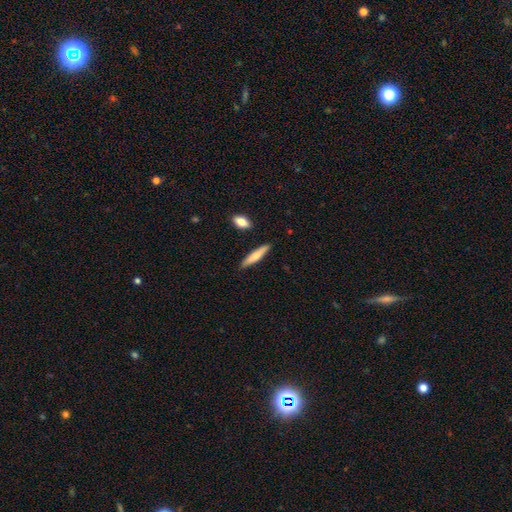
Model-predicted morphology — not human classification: smooth_or_featured: smooth (p=0.71) [alt: featured or disk p=0.24]
how_rounded: cigar-shaped (p=0.87) [alt: in between p=0.12]
merging: none (p=0.86) [alt: minor disturbance p=0.09]